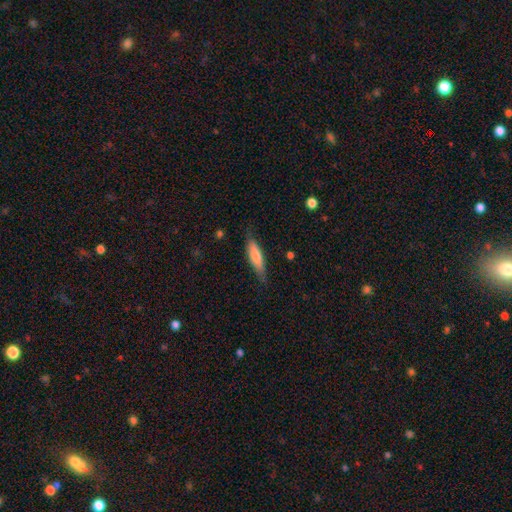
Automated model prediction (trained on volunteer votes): smooth 67%, featured or disk 27%, star or artifact 6%. Down the decision tree: how rounded — cigar-shaped (72%); merging — none (79%).